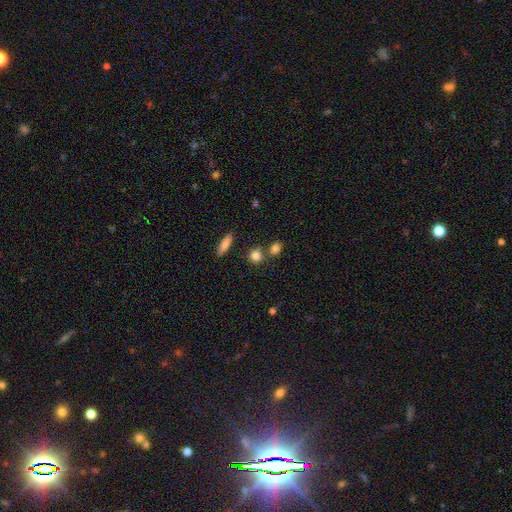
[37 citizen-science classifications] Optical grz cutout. It shows a smooth galaxy with no disk features (89%) that is round (73%). Merging: none (54%).